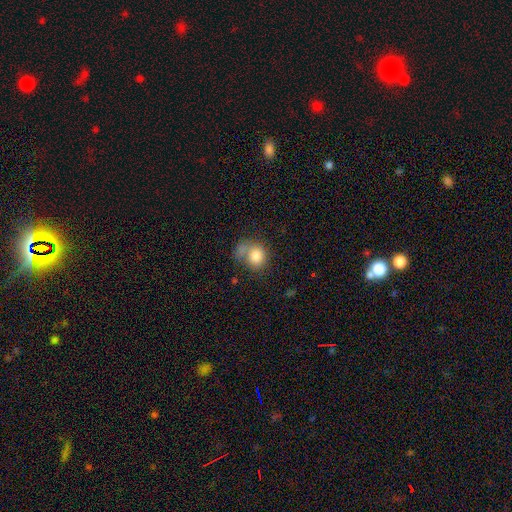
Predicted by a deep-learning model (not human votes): A smooth galaxy with no disk features (78%) that is round (68%).

Vote fractions:
- Smooth or featured? smooth: 78% / featured or disk: 13% / star or artifact: 9%
- How rounded? round: 68% / in between: 31% / cigar-shaped: 1%
- Merging? none: 37% / minor disturbance: 21% / major disturbance: 21% / merger: 21%